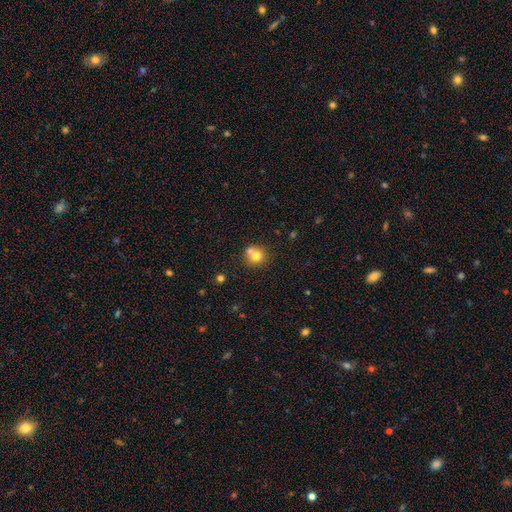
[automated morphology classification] smooth_or_featured: smooth (p=0.73) [alt: featured or disk p=0.15]
how_rounded: round (p=0.89) [alt: in between p=0.10]
merging: none (p=0.52) [alt: merger p=0.39]